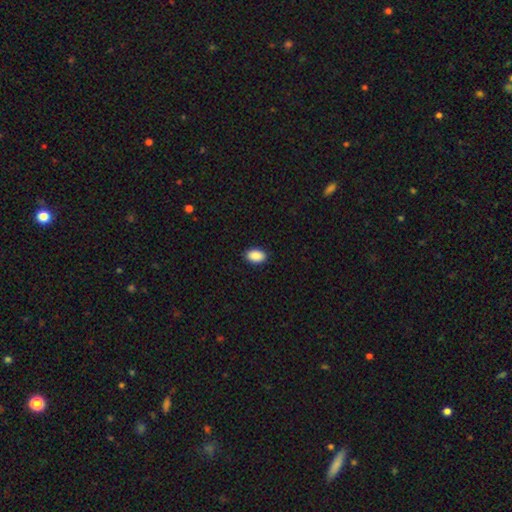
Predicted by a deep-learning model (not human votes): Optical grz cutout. It shows a smooth galaxy with no disk features (90%) that is in between round and cigar-shaped (88%). Merging: none (90%).